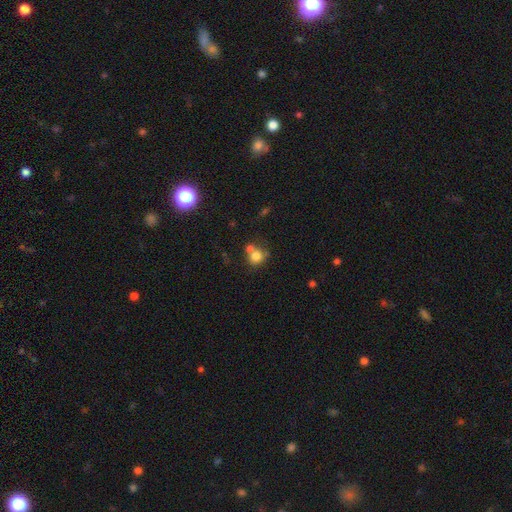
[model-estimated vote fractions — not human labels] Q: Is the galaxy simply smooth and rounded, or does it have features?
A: smooth — 78%.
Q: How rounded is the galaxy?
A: round — 82%.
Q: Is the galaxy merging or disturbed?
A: none — 49%.